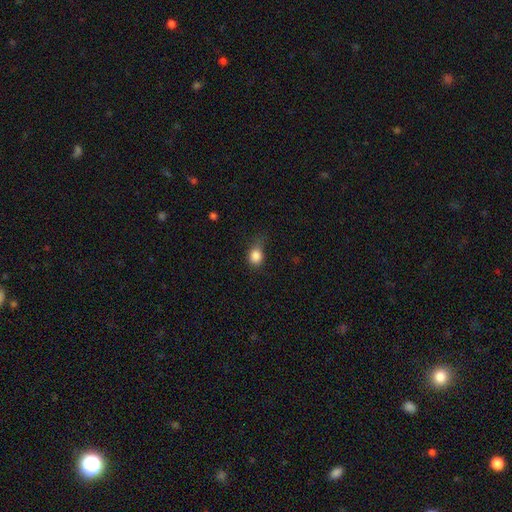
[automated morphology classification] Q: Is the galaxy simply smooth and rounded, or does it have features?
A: smooth — 83%.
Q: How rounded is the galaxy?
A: round — 57%.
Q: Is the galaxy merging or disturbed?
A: none — 48%.